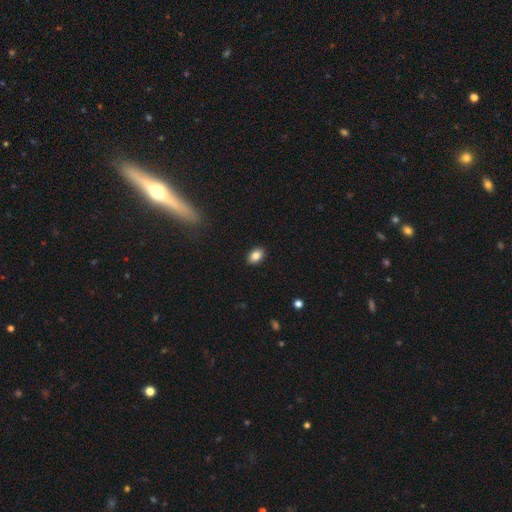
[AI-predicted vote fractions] A smooth galaxy with no disk features (85%) that is in between round and cigar-shaped (85%). Merging: none (90%).